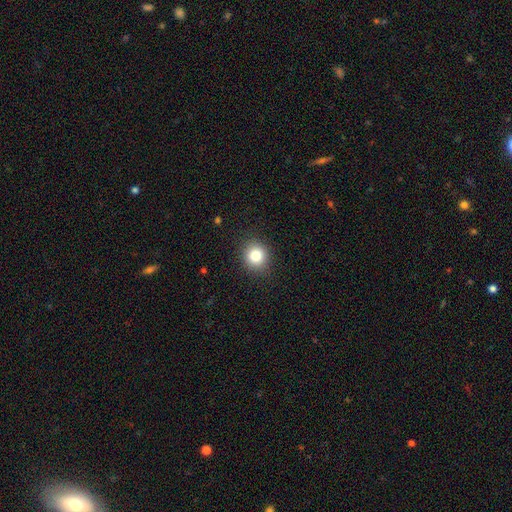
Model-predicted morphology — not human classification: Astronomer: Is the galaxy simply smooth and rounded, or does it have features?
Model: smooth — 82%.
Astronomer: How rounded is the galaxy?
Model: round — 84%.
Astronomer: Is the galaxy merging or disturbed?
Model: none — 89%.